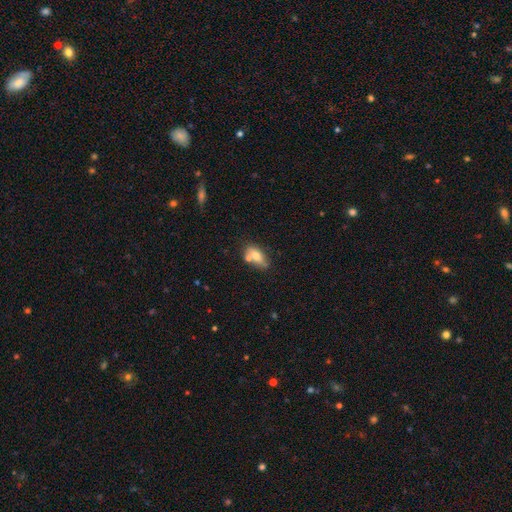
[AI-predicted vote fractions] Smooth or featured?
  - smooth: 68% *
  - featured or disk: 23%
  - star or artifact: 9%
How rounded?
  - in between: 83% *
  - cigar-shaped: 9%
  - round: 8%
Merging?
  - none: 49% *
  - merger: 27%
  - minor disturbance: 18%
  - major disturbance: 6%